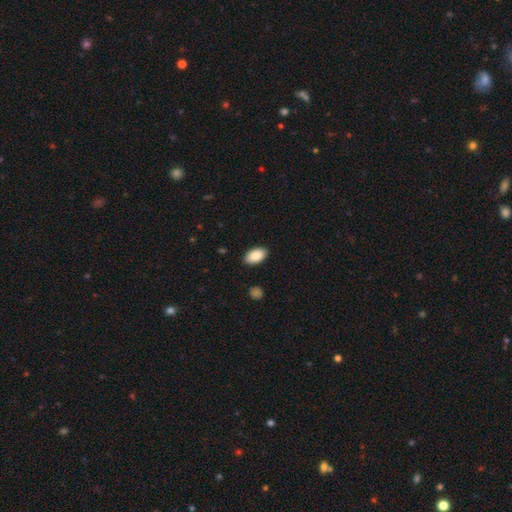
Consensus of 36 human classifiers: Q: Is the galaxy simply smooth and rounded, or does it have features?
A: smooth — 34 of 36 (94%).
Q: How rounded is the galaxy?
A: in between — 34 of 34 (100%).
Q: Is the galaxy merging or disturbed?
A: none — 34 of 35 (97%).